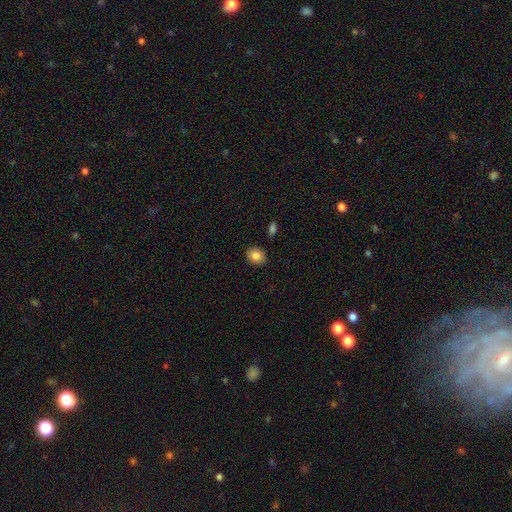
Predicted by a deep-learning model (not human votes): smooth 85%, star or artifact 8%, featured or disk 7%. Down the decision tree: how rounded — round (56%); merging — none (88%).